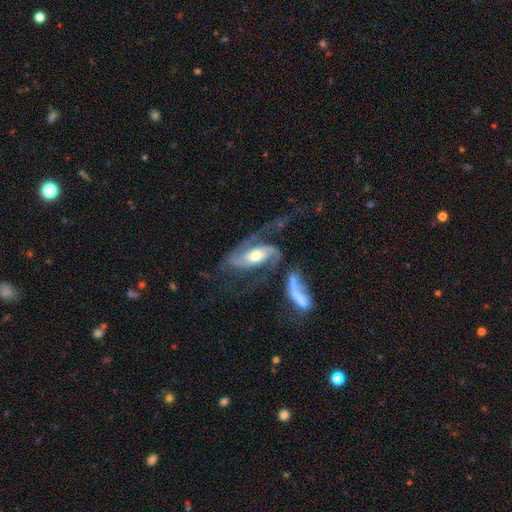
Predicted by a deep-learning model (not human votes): smooth_or_featured: featured or disk (p=0.81) [alt: smooth p=0.13]
disk_edge_on: no (p=0.92) [alt: yes p=0.08]
bar: no (p=0.44) [alt: weak p=0.34]
has_spiral_arms: yes (p=0.92) [alt: no p=0.08]
spiral_winding: loose (p=0.44) [alt: medium p=0.38]
spiral_arm_count: 2 (p=0.75) [alt: 1 p=0.10]
bulge_size: moderate (p=0.63) [alt: small p=0.19]
merging: major disturbance (p=0.31) [alt: none p=0.29]